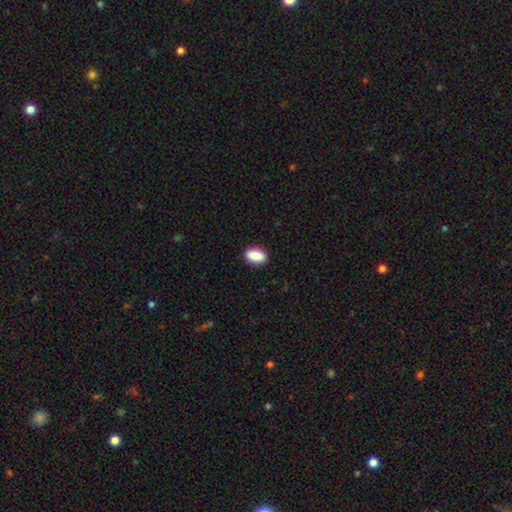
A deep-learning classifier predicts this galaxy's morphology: Q: Smooth or featured?
A: smooth (88%); runner-up: star or artifact (7%)
Q: How rounded?
A: in between (89%); runner-up: round (8%)
Q: Merging?
A: none (90%); runner-up: minor disturbance (8%)